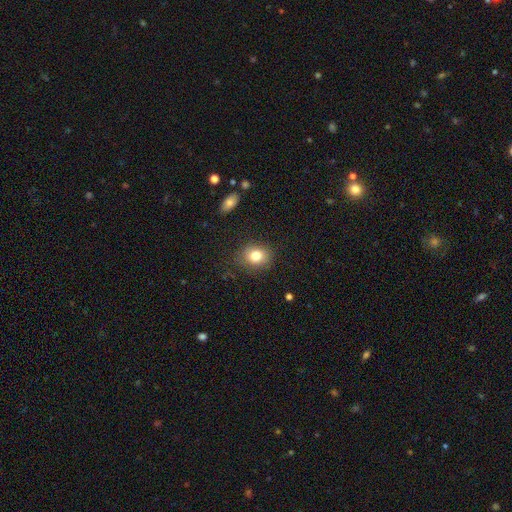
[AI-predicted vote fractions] smooth 80%, star or artifact 10%, featured or disk 10%. Down the decision tree: how rounded — round (61%); merging — none (81%).